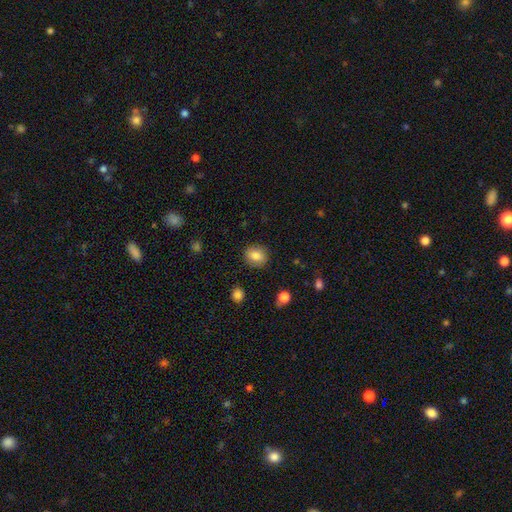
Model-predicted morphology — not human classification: A smooth galaxy with no disk features (83%) that is round (69%).

Vote fractions:
- Smooth or featured? smooth: 83% / star or artifact: 9% / featured or disk: 8%
- How rounded? round: 69% / in between: 30% / cigar-shaped: 1%
- Merging? none: 87% / minor disturbance: 9% / major disturbance: 3% / merger: 1%